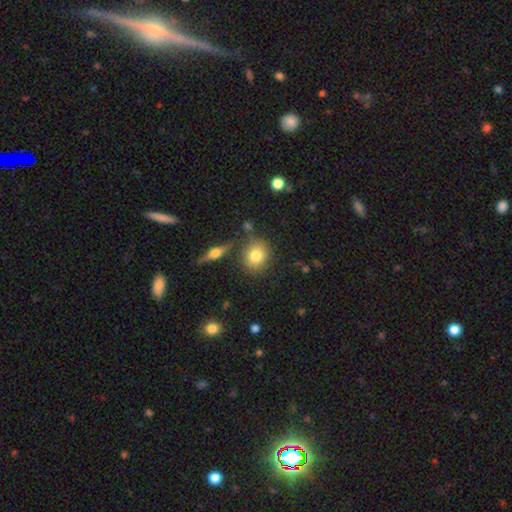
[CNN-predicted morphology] type=smooth (79%); roundness=round (73%); merging=none (78%).